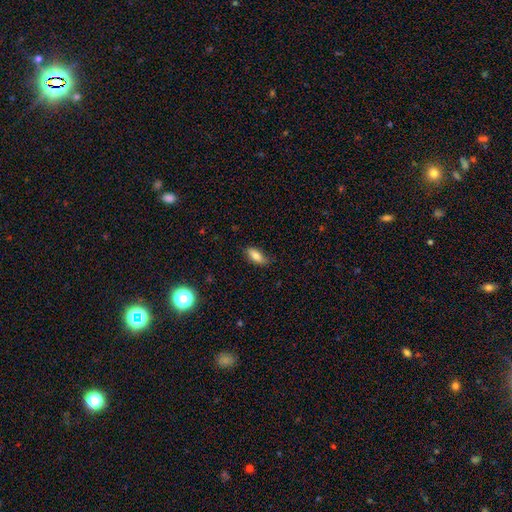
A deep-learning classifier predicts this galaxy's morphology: Smooth or featured?
  - smooth: 80% *
  - featured or disk: 12%
  - star or artifact: 8%
How rounded?
  - in between: 82% *
  - cigar-shaped: 15%
  - round: 3%
Merging?
  - none: 72% *
  - minor disturbance: 22%
  - major disturbance: 4%
  - merger: 1%